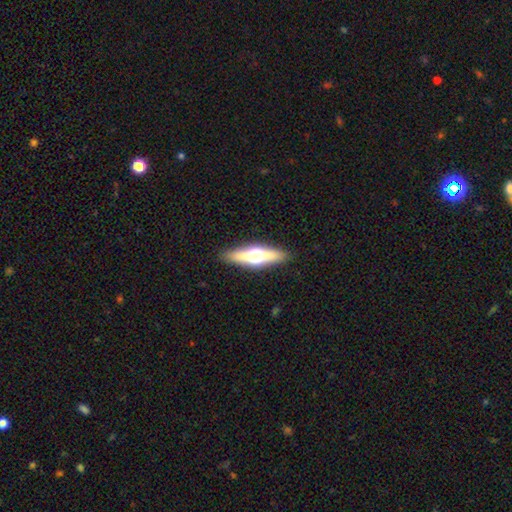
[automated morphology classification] This is possibly a featured or disk galaxy (56%). It is clearly viewed edge-on (93%). Edge-on bulge: clearly rounded (94%). Merging: clearly none (89%).